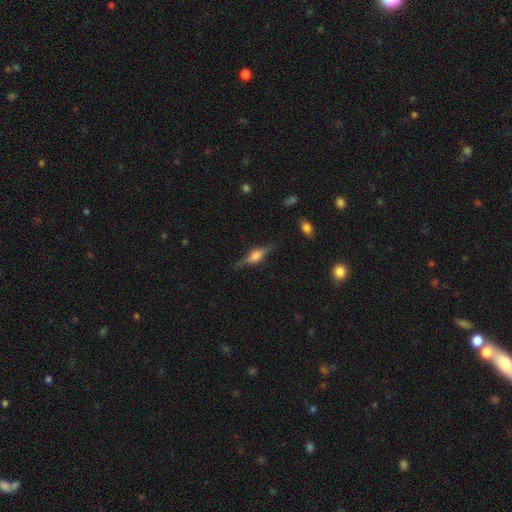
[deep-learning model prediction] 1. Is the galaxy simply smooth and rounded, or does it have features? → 74% featured or disk, 18% smooth, 8% star or artifact.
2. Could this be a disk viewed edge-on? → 97% yes, 3% no.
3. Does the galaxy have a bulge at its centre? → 81% rounded, 17% boxy, 2% none.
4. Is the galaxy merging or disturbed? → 82% none, 13% minor disturbance, 4% major disturbance, 1% merger.